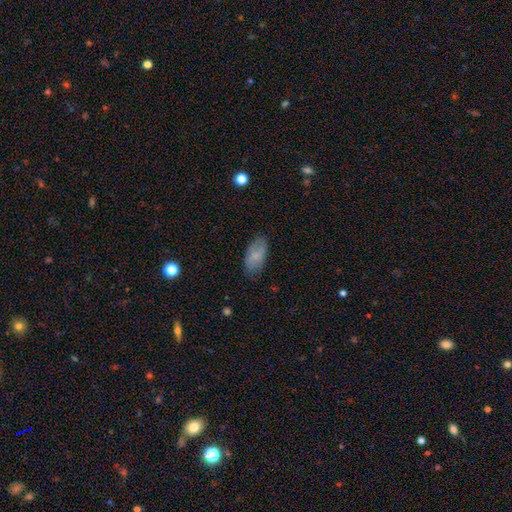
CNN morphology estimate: Smooth or featured? smooth (77%)
How rounded? in between (93%)
Merging? none (77%)